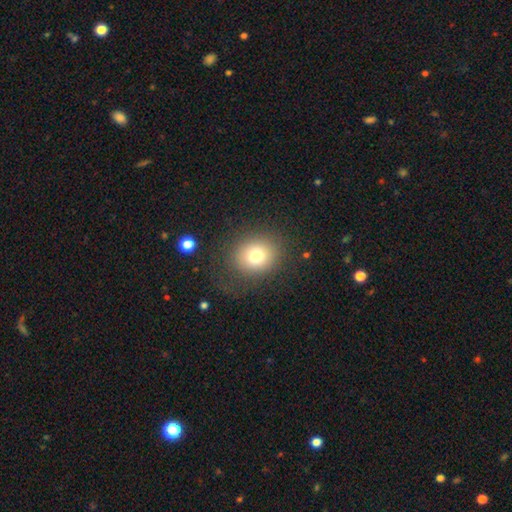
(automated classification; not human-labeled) Q: Smooth or featured?
A: smooth (75%); runner-up: star or artifact (13%)
Q: How rounded?
A: round (70%); runner-up: in between (29%)
Q: Merging?
A: none (78%); runner-up: minor disturbance (12%)